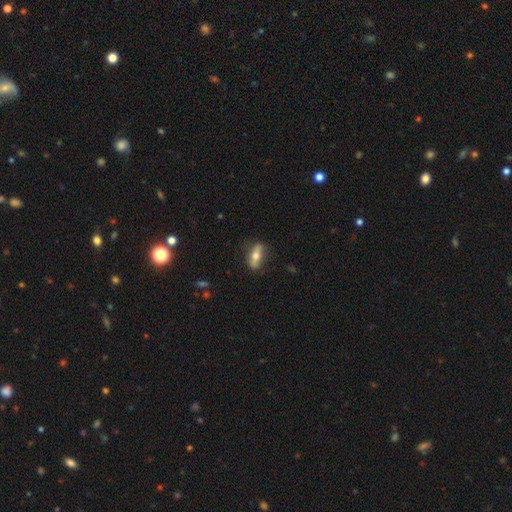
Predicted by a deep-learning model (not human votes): A smooth galaxy with no disk features (54%) that is in between round and cigar-shaped (56%). Merging: none (81%).